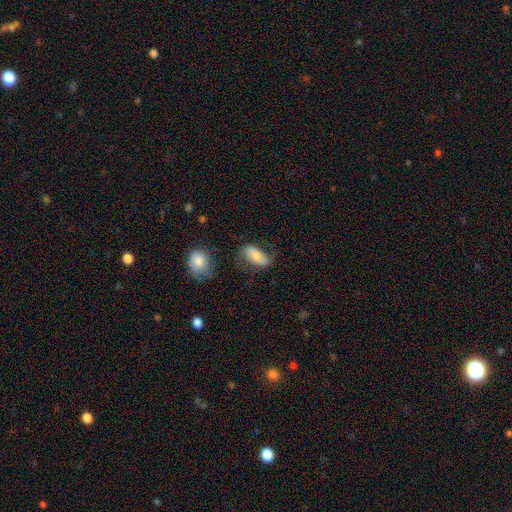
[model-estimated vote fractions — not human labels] Smooth or featured?
  - smooth: 53% *
  - featured or disk: 39%
  - star or artifact: 7%
How rounded?
  - in between: 89% *
  - cigar-shaped: 6%
  - round: 5%
Merging?
  - none: 54% *
  - minor disturbance: 26%
  - major disturbance: 15%
  - merger: 5%